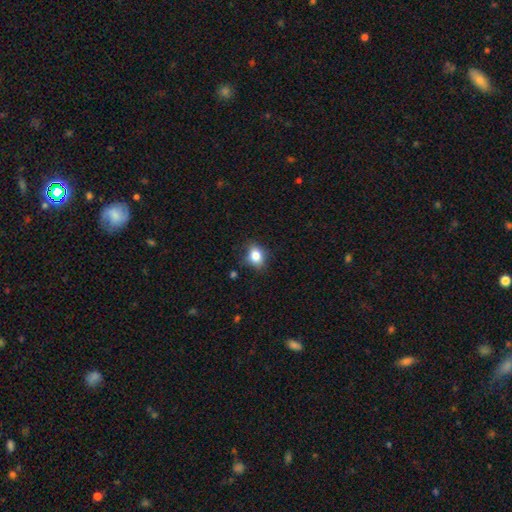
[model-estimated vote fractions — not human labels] Smooth or featured?
  - smooth: 81% *
  - star or artifact: 10%
  - featured or disk: 8%
How rounded?
  - in between: 56% *
  - round: 42%
  - cigar-shaped: 1%
Merging?
  - none: 78% *
  - minor disturbance: 17%
  - major disturbance: 4%
  - merger: 2%